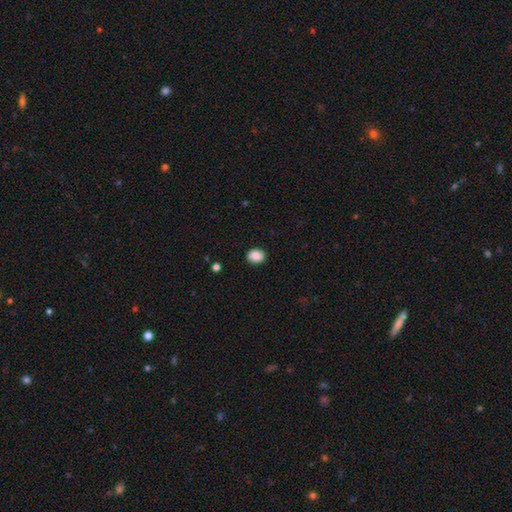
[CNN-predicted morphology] A smooth galaxy with no disk features (86%) that is round (54%). Merging: none (87%).